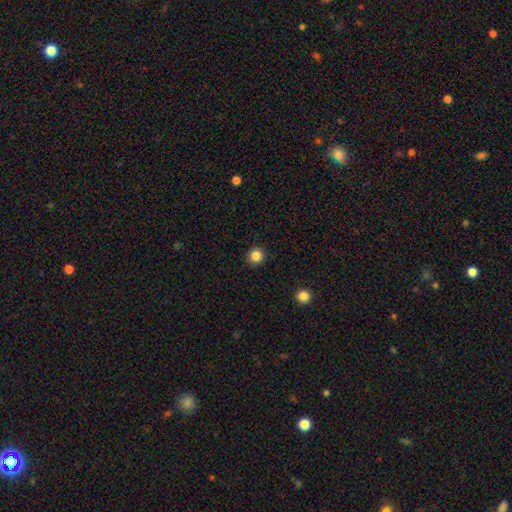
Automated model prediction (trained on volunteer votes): A smooth galaxy with no disk features (85%) that is round (93%).

Vote fractions:
- Smooth or featured? smooth: 85% / star or artifact: 11% / featured or disk: 4%
- How rounded? round: 93% / in between: 6% / cigar-shaped: 1%
- Merging? none: 92% / minor disturbance: 5% / major disturbance: 2% / merger: 1%